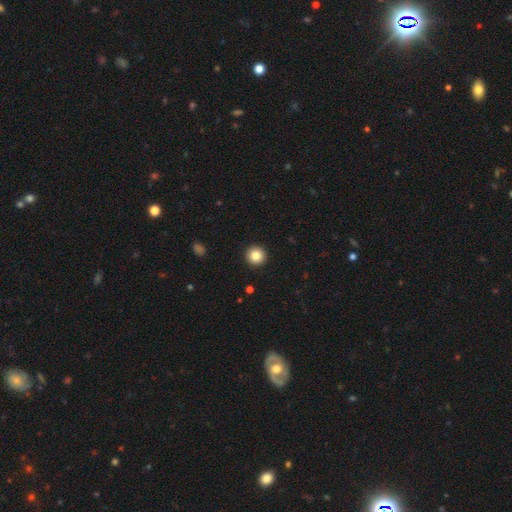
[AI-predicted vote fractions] Smooth or featured?
  - smooth: 84% *
  - star or artifact: 10%
  - featured or disk: 6%
How rounded?
  - round: 95% *
  - in between: 4%
  - cigar-shaped: 1%
Merging?
  - none: 93% *
  - minor disturbance: 4%
  - major disturbance: 1%
  - merger: 1%